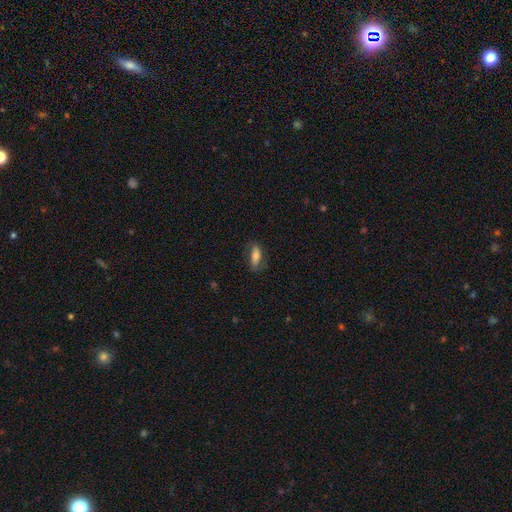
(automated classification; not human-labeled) Smooth or featured? smooth (64%)
How rounded? in between (68%)
Merging? none (72%)